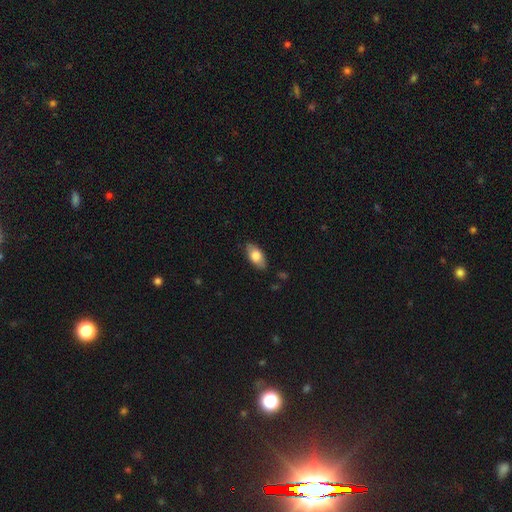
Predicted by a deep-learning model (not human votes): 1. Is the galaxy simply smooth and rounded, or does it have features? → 73% smooth, 20% featured or disk, 6% star or artifact.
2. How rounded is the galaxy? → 90% in between, 6% cigar-shaped, 4% round.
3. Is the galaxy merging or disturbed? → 83% none, 13% minor disturbance, 2% major disturbance, 1% merger.